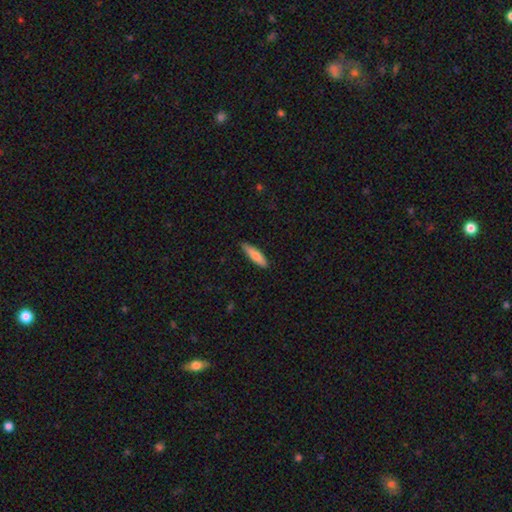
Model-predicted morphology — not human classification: A smooth galaxy with no disk features (77%) that is cigar-shaped (69%).

Vote fractions:
- Smooth or featured? smooth: 77% / featured or disk: 17% / star or artifact: 6%
- How rounded? cigar-shaped: 69% / in between: 30% / round: 2%
- Merging? none: 84% / minor disturbance: 13% / major disturbance: 2% / merger: 1%